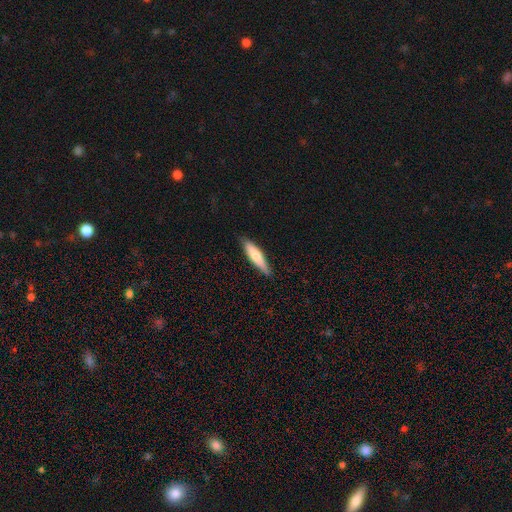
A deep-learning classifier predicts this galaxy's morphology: Q: Smooth or featured?
A: smooth (69%); runner-up: featured or disk (26%)
Q: How rounded?
A: cigar-shaped (76%); runner-up: in between (23%)
Q: Merging?
A: none (85%); runner-up: minor disturbance (12%)